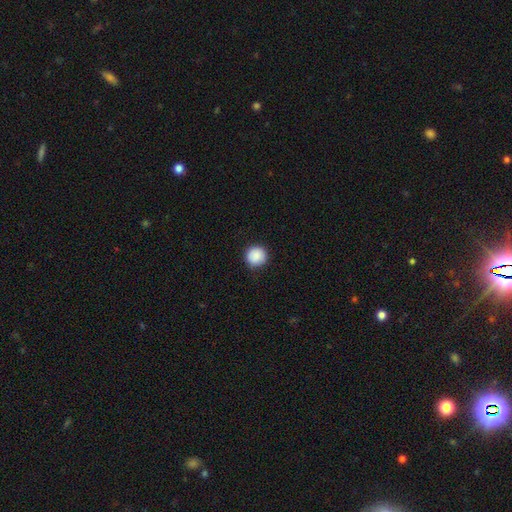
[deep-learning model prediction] A smooth galaxy with no disk features (89%) that is round (95%). Merging: none (90%).